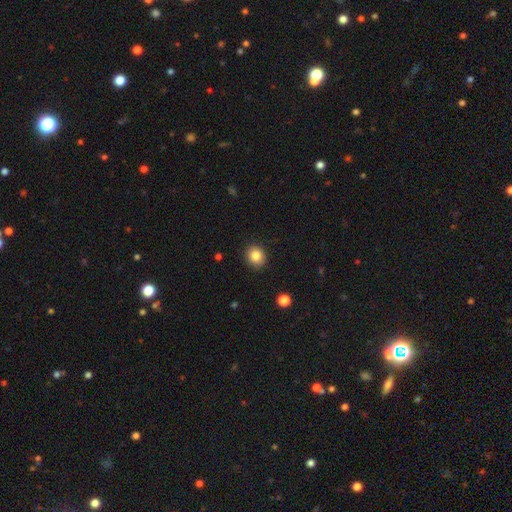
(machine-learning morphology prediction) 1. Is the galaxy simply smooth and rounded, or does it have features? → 84% smooth, 10% star or artifact, 6% featured or disk.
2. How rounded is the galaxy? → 82% round, 18% in between, 1% cigar-shaped.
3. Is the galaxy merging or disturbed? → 90% none, 7% minor disturbance, 2% major disturbance, 1% merger.